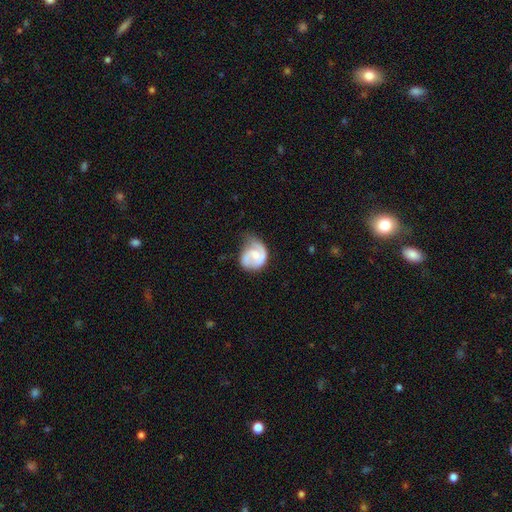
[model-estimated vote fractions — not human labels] Smooth or featured: featured or disk — 65% (smooth — 30%)
Edge-on disk: no — 98% (yes — 2%)
Bar: no — 59% (weak — 34%)
Spiral arms: yes — 88% (no — 12%)
Spiral winding: medium — 41% (tight — 39%)
Spiral arm count: 2 — 53% (1 — 32%)
Bulge size: small — 41% (moderate — 36%)
Merging: none — 38% (minor disturbance — 36%)